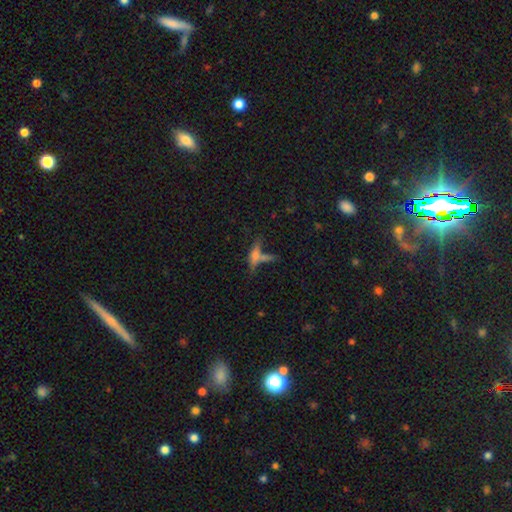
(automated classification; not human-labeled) smooth-or-featured: smooth: 54% | featured or disk: 30% | star or artifact: 16%
  how-rounded: cigar-shaped: 60% | in between: 34% | round: 7%
  merging: merger: 39% | none: 36% | major disturbance: 13% | minor disturbance: 12%